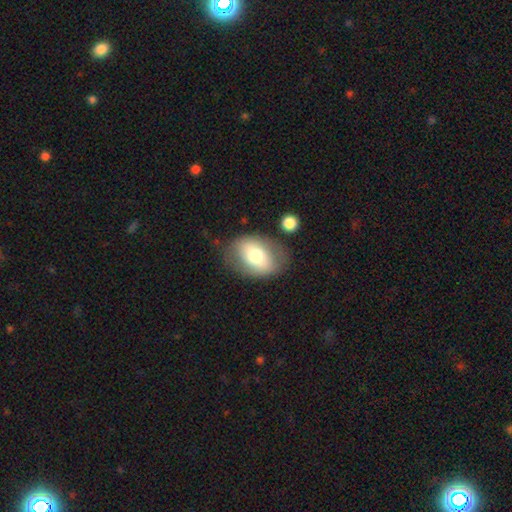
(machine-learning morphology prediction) smooth-or-featured: smooth: 67% | featured or disk: 26% | star or artifact: 7%
  how-rounded: in between: 84% | round: 14% | cigar-shaped: 1%
  merging: none: 68% | minor disturbance: 19% | major disturbance: 8% | merger: 5%